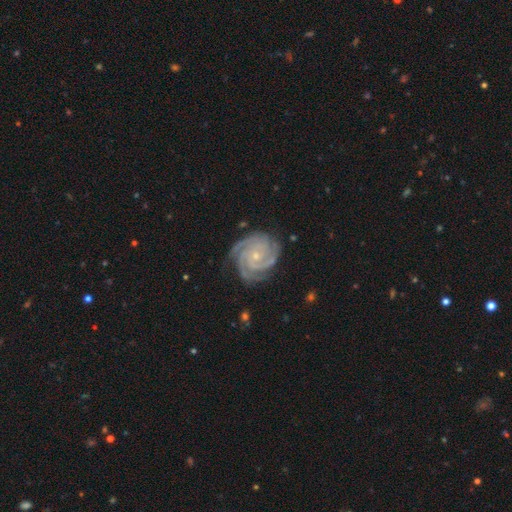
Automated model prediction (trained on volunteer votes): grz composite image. It shows a featured or disk galaxy (93%) with no bar (75%), 3 (45%) tight (77%) spiral arms (99%) and a small central bulge (78%). Merging: none (79%).